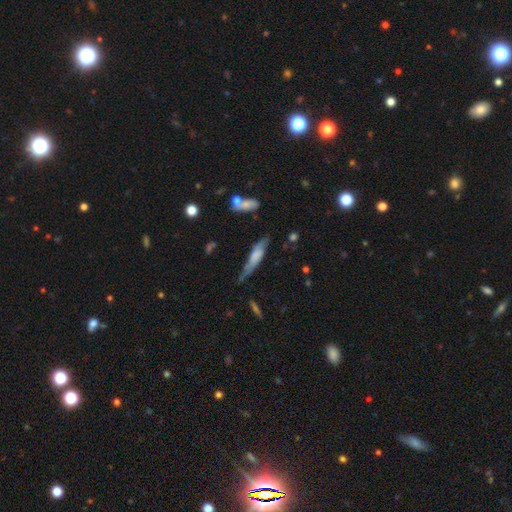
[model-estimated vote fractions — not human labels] Morphology: type=smooth (49%); merging=none (52%).